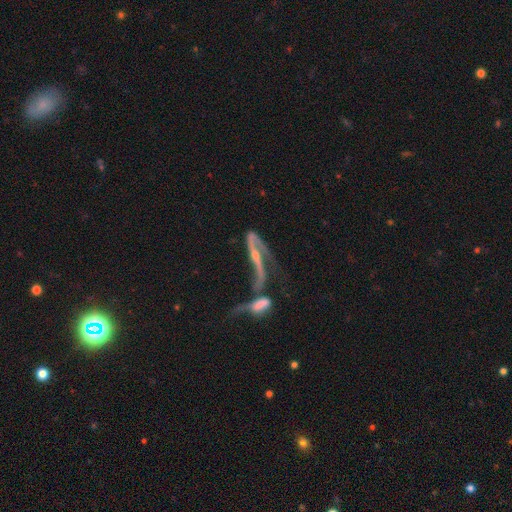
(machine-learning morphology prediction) The model was most divided on "merging": merger: 51%, none: 24%, major disturbance: 15%, minor disturbance: 10%. More confident: smooth or featured — featured or disk (68%); edge-on disk — no (64%).